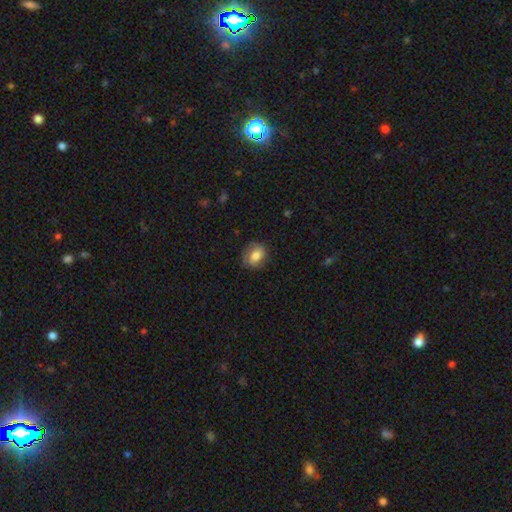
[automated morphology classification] type=smooth (73%); roundness=in between (55%); merging=none (73%).